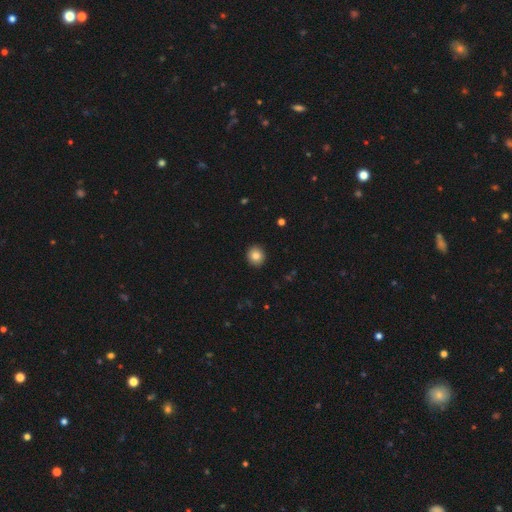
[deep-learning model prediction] A smooth galaxy with no disk features (83%) that is round (85%). Merging: none (92%).